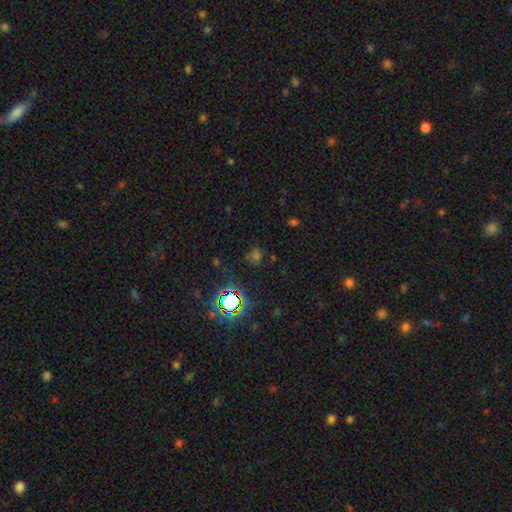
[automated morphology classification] Smooth or featured? star or artifact (55%)